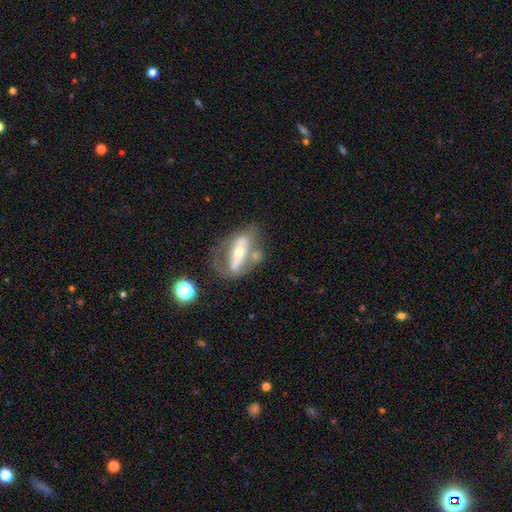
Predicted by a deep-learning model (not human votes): This is likely a featured or disk galaxy (66%). It is likely not viewed edge-on (74%). Merging: marginally none (44%).